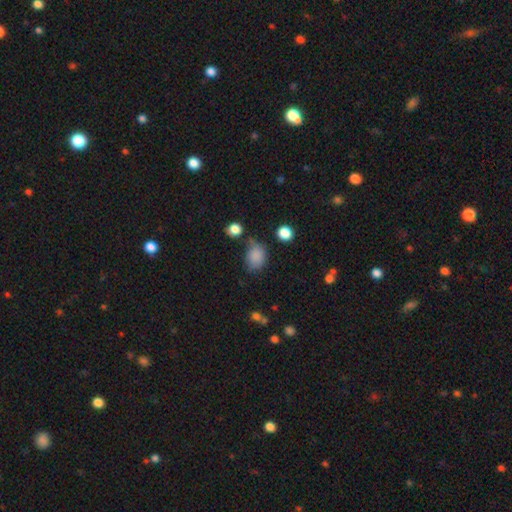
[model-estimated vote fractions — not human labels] Smooth or featured? Predicted: smooth (p=0.83). How rounded? Predicted: in between (p=0.64). Merging? Predicted: none (p=0.55).